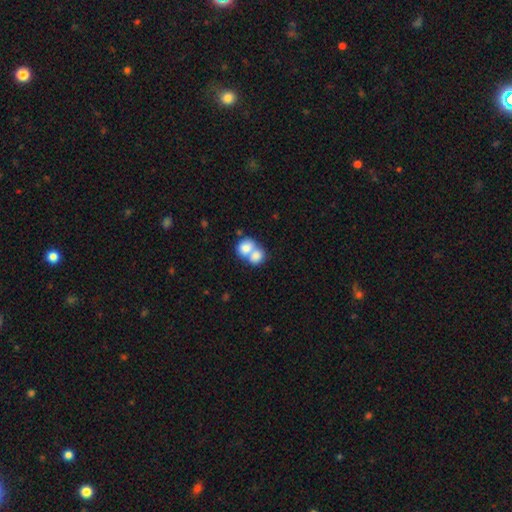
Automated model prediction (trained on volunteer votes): Smooth or featured? Predicted: smooth (p=0.78). How rounded? Predicted: round (p=0.57). Merging? Predicted: merger (p=0.75).